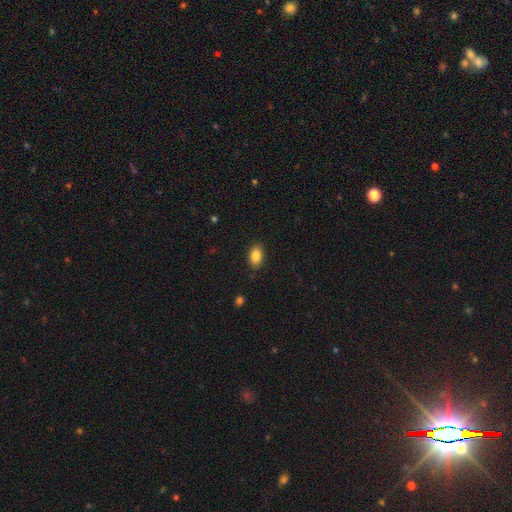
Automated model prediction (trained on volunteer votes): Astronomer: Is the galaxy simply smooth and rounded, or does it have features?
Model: smooth — 85%.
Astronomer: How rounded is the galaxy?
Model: in between — 89%.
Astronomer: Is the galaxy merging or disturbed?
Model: none — 88%.